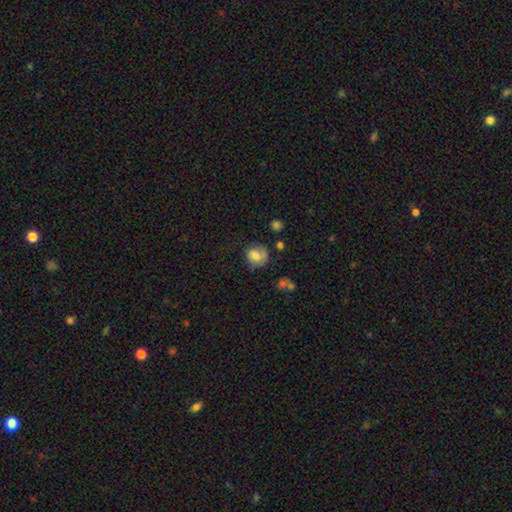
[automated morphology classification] Q: Smooth or featured?
A: smooth (69%); runner-up: featured or disk (21%)
Q: How rounded?
A: round (69%); runner-up: in between (30%)
Q: Merging?
A: none (58%); runner-up: minor disturbance (26%)